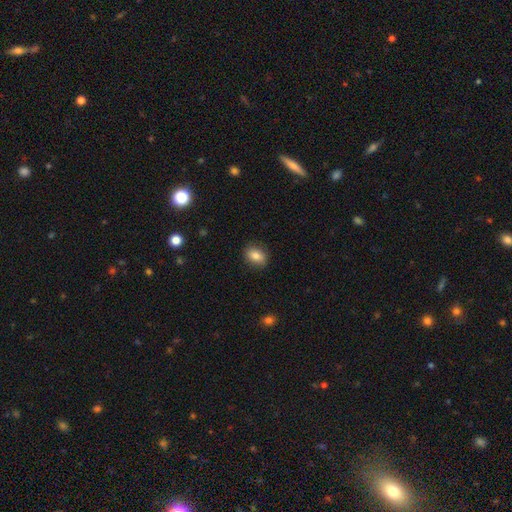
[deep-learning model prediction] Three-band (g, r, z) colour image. It shows a smooth galaxy with no disk features (82%) that is in between round and cigar-shaped (70%). Merging: none (86%).